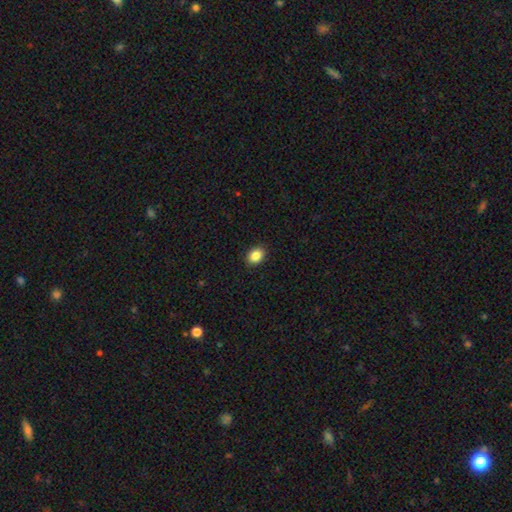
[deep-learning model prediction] The model was most divided on "how rounded": in between: 66%, round: 33%, cigar-shaped: 1%. More confident: merging — none (91%); smooth or featured — smooth (86%).